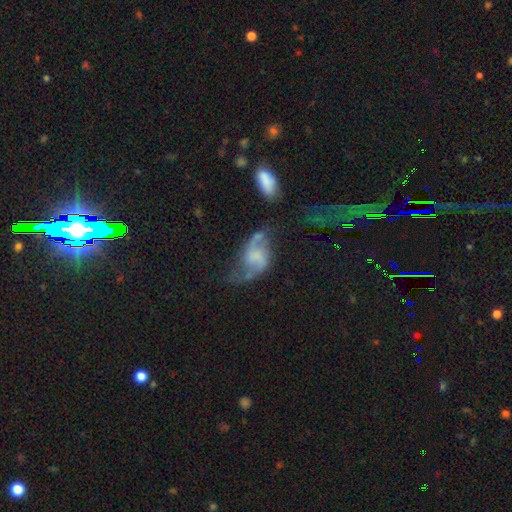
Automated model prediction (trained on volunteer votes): A featured or disk galaxy (74%) with no bar (51%), 2 (89%) loose (71%) spiral arms (89%) and no central bulge (56%).

Vote fractions:
- Smooth or featured? featured or disk: 74% / smooth: 17% / star or artifact: 8%
- Edge-on disk? no: 96% / yes: 4%
- Bar? no: 51% / weak: 38% / strong: 11%
- Spiral arms? yes: 89% / no: 11%
- Spiral winding? loose: 71% / medium: 23% / tight: 6%
- Spiral arm count? 2: 89% / can't tell: 4% / 1: 4% / 3: 1% / 4: 1% / more than 4: 1%
- Bulge size? none: 56% / small: 19% / moderate: 14% / large: 9% / dominant: 2%
- Merging? none: 43% / minor disturbance: 22% / major disturbance: 22% / merger: 13%